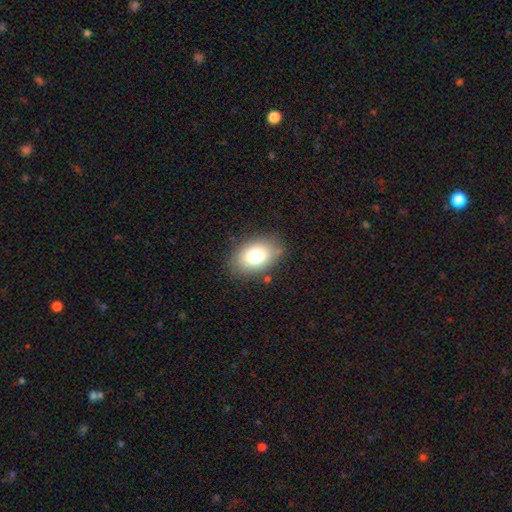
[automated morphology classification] Q: Smooth or featured?
A: smooth (78%); runner-up: featured or disk (12%)
Q: How rounded?
A: in between (81%); runner-up: round (17%)
Q: Merging?
A: none (82%); runner-up: minor disturbance (13%)